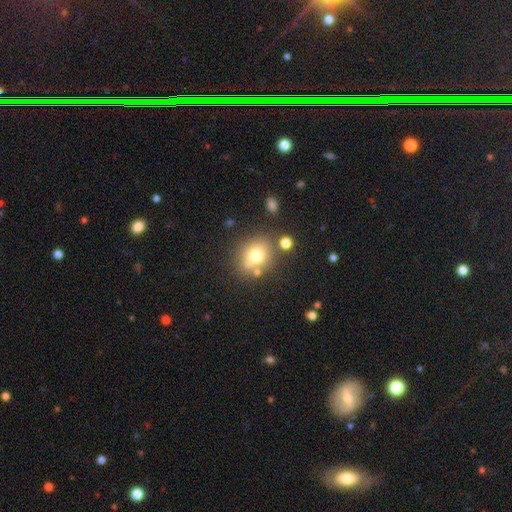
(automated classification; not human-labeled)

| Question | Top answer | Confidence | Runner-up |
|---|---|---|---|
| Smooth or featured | smooth | 70% | featured or disk (16%) |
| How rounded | round | 69% | in between (29%) |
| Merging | none | 68% | minor disturbance (14%) |